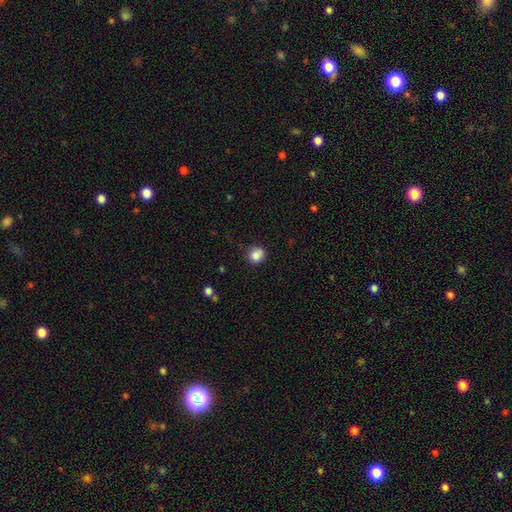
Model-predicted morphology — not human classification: This is clearly a smooth galaxy (84%). How rounded: clearly round (86%). Merging: likely none (78%).